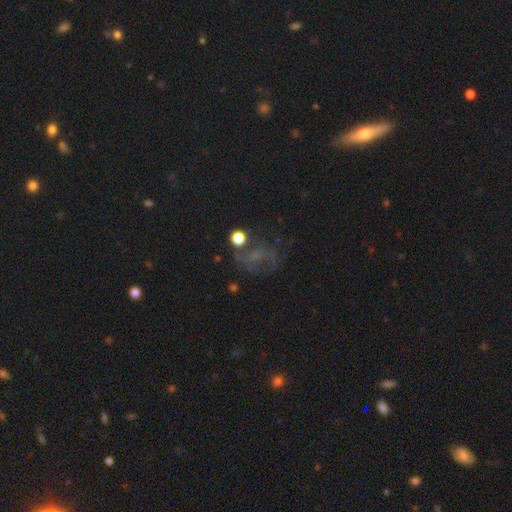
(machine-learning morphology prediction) Smooth or featured? featured or disk (35%)
Merging? none (50%)